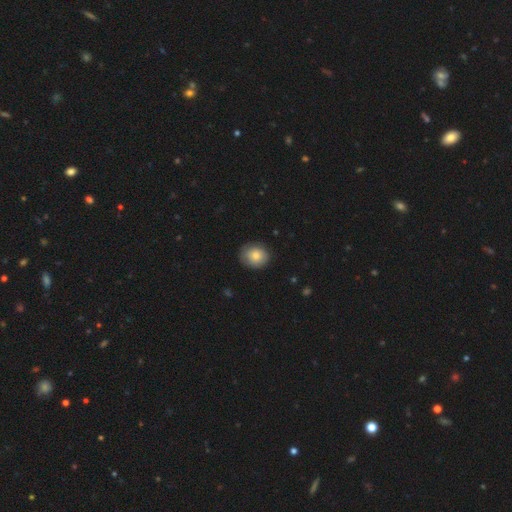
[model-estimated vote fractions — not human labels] Q: Smooth or featured?
A: smooth (79%); runner-up: featured or disk (14%)
Q: How rounded?
A: round (71%); runner-up: in between (28%)
Q: Merging?
A: none (79%); runner-up: minor disturbance (16%)